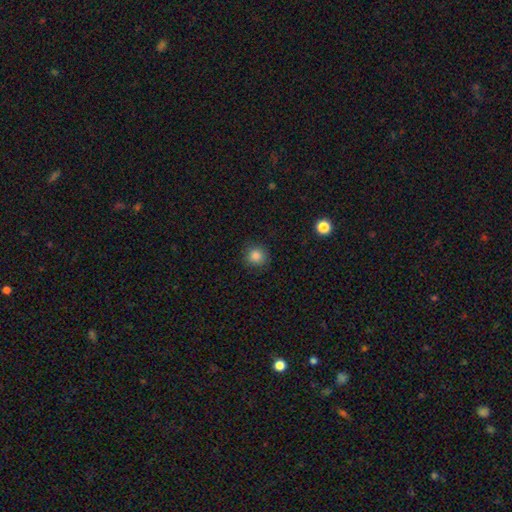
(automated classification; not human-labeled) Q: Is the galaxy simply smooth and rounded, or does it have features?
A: smooth — 85%.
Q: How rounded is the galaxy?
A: round — 91%.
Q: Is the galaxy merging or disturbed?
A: none — 88%.